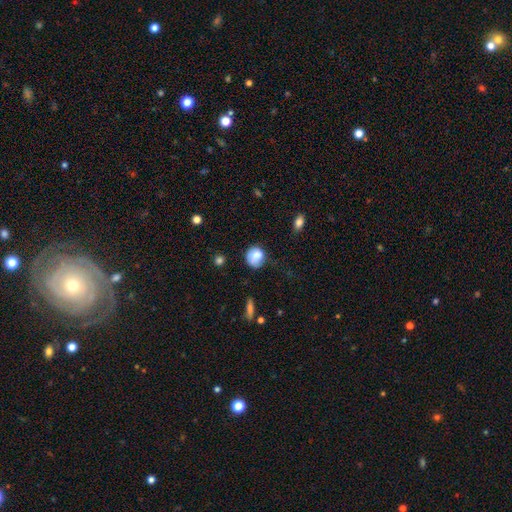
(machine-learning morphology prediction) Q: Smooth or featured?
A: smooth (81%); runner-up: featured or disk (11%)
Q: How rounded?
A: round (79%); runner-up: in between (20%)
Q: Merging?
A: none (57%); runner-up: minor disturbance (29%)